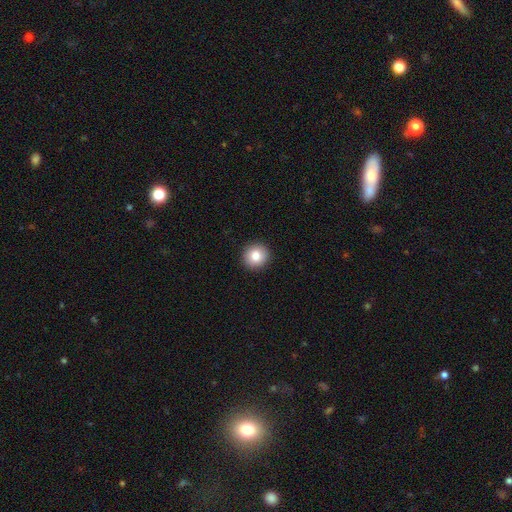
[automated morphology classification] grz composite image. It shows a smooth galaxy with no disk features (82%) that is round (93%). Merging: none (93%).